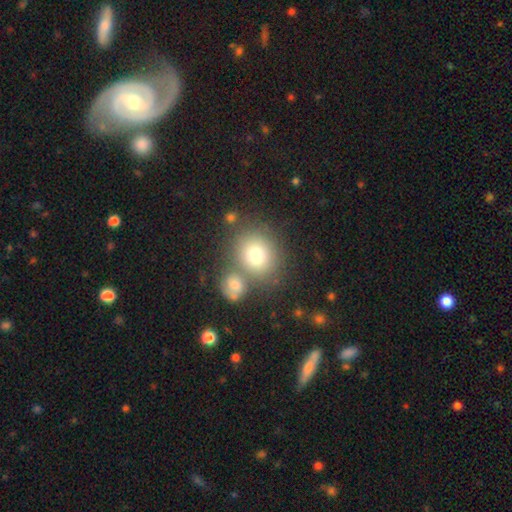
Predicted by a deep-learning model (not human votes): This is likely a smooth galaxy (73%). How rounded: likely round (73%). Merging: likely none (65%).